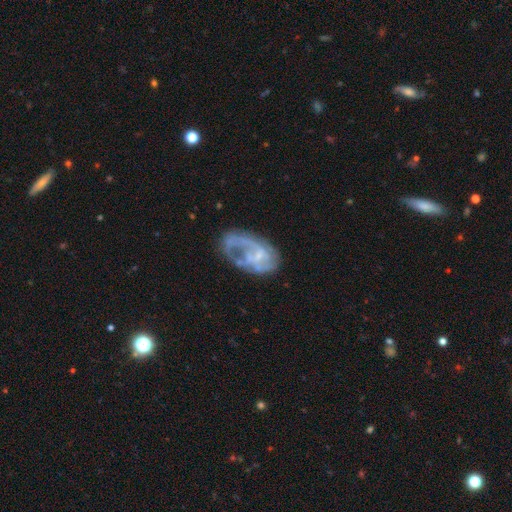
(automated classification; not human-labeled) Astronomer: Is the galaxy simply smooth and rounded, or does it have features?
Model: featured or disk — 70%.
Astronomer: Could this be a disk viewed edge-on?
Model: no — 97%.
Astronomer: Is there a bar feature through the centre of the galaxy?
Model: no — 59%.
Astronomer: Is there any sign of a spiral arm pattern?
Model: yes — 60% (runner-up: no, 40%).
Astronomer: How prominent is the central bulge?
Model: none — 42% (runner-up: small, 40%).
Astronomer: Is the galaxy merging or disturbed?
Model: none — 40% (runner-up: major disturbance, 33%).